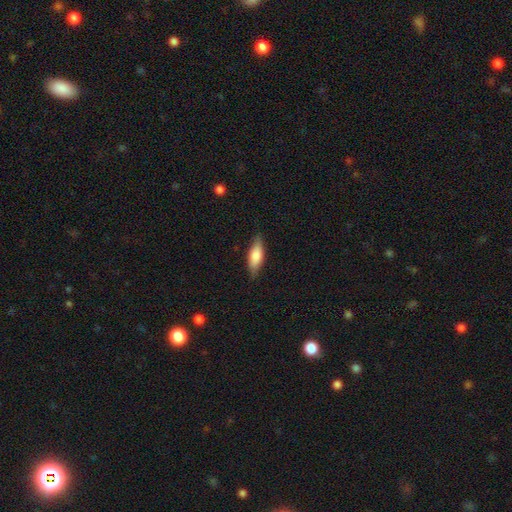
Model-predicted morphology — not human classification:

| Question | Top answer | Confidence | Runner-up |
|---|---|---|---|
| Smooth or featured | smooth | 73% | featured or disk (22%) |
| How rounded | in between | 64% | cigar-shaped (34%) |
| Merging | none | 82% | minor disturbance (14%) |